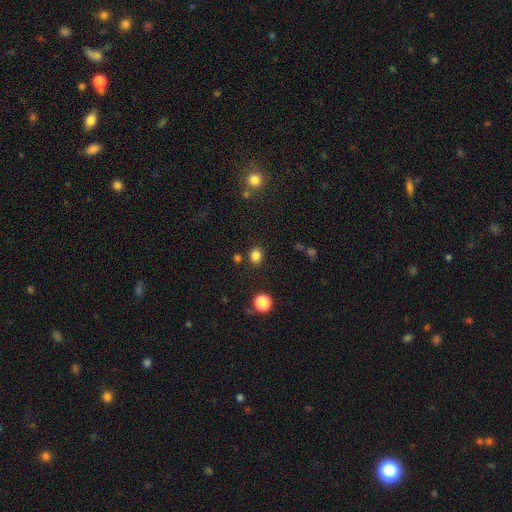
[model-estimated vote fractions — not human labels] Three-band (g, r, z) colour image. It shows a smooth galaxy with no disk features (82%) that is round (64%). Merging: none (84%).